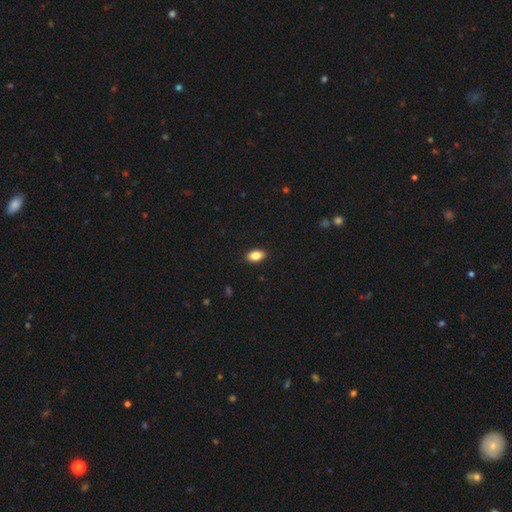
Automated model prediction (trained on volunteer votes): Overall: smooth (85%). How rounded: in between (90%). Merging: none (90%).